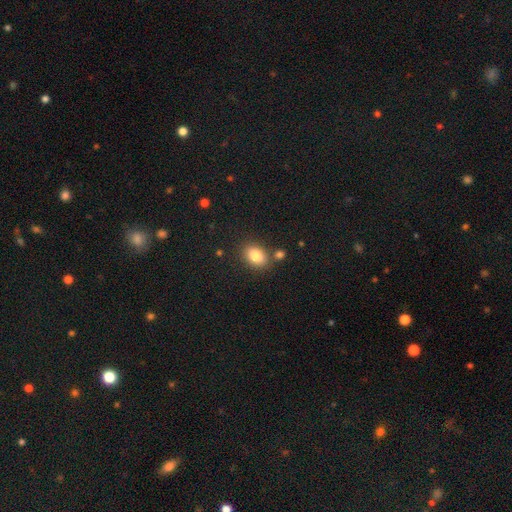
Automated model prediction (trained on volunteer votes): smooth 84%, star or artifact 9%, featured or disk 7%. Down the decision tree: how rounded — in between (74%); merging — none (78%).